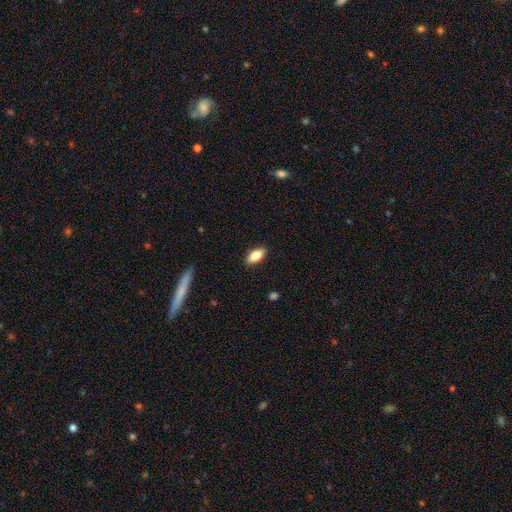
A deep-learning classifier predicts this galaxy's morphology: The model was most divided on "smooth or featured": smooth: 80%, featured or disk: 14%, star or artifact: 7%. More confident: merging — none (88%); how rounded — in between (85%).